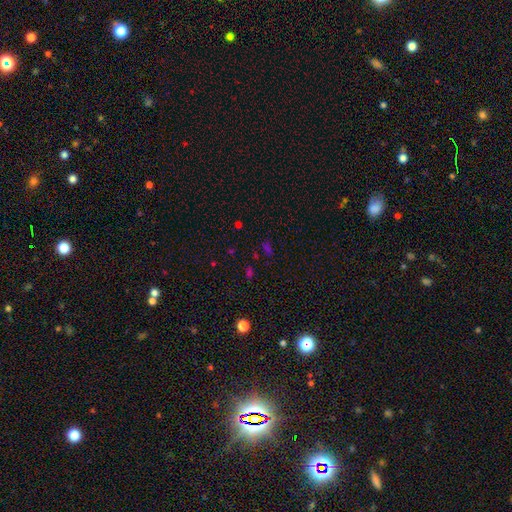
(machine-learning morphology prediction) This appears to be a smooth galaxy with no disk features (48%). Merging: none (73%).